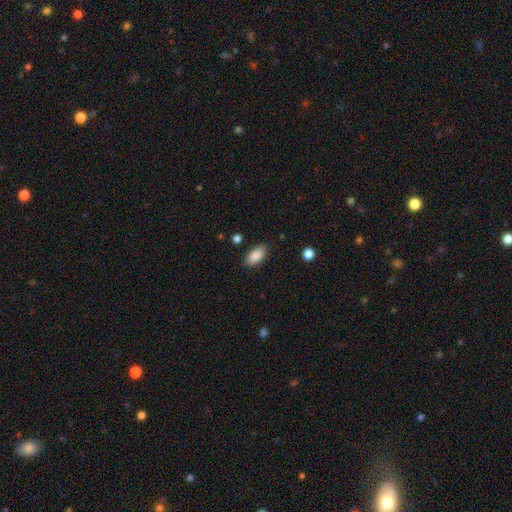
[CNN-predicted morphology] This appears to be a smooth galaxy with no disk features (89%) that is in between round and cigar-shaped (92%). Merging: none (86%).